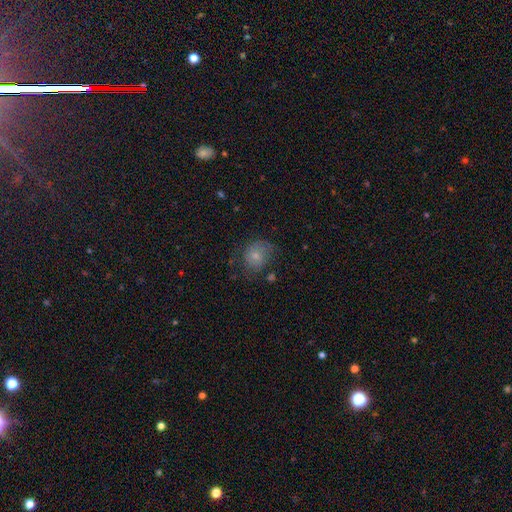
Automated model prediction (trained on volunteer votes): Overall: smooth (71%). How rounded: round (65%; in between 34%). Merging: none (53%; minor disturbance 28%).